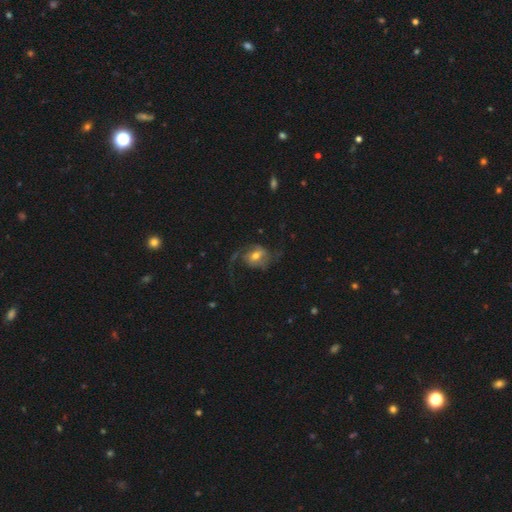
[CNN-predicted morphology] A featured or disk galaxy (71%) with a weak bar (43%), 2 (74%) loose (60%) spiral arms (90%) and a moderate central bulge (66%).

Vote fractions:
- Smooth or featured? featured or disk: 71% / smooth: 22% / star or artifact: 7%
- Edge-on disk? no: 97% / yes: 3%
- Bar? weak: 43% / no: 41% / strong: 17%
- Spiral arms? yes: 90% / no: 10%
- Spiral winding? loose: 60% / medium: 31% / tight: 9%
- Spiral arm count? 2: 74% / 1: 15% / can't tell: 5% / 3: 3% / 4: 1% / more than 4: 1%
- Bulge size? moderate: 66% / small: 23% / large: 8% / none: 2% / dominant: 2%
- Merging? none: 51% / major disturbance: 30% / minor disturbance: 17% / merger: 2%